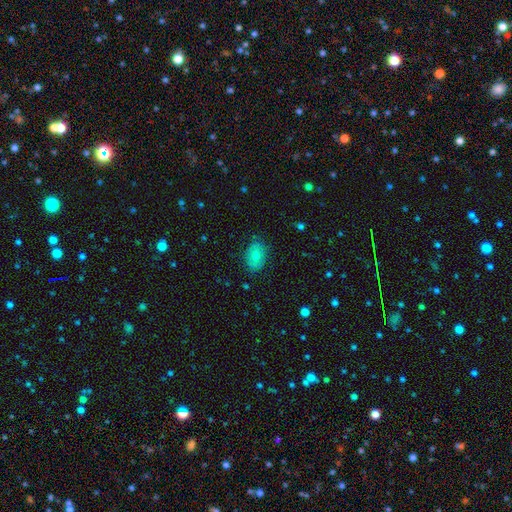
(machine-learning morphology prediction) This appears to be a smooth galaxy with no disk features (69%) that is in between round and cigar-shaped (79%). Merging: none (79%).